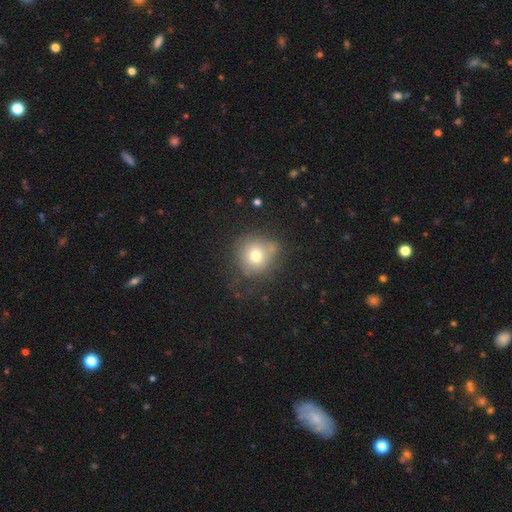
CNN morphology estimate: A smooth galaxy with no disk features (73%) that is round (89%).

Vote fractions:
- Smooth or featured? smooth: 73% / featured or disk: 15% / star or artifact: 12%
- How rounded? round: 89% / in between: 10% / cigar-shaped: 1%
- Merging? none: 67% / minor disturbance: 18% / merger: 8% / major disturbance: 7%